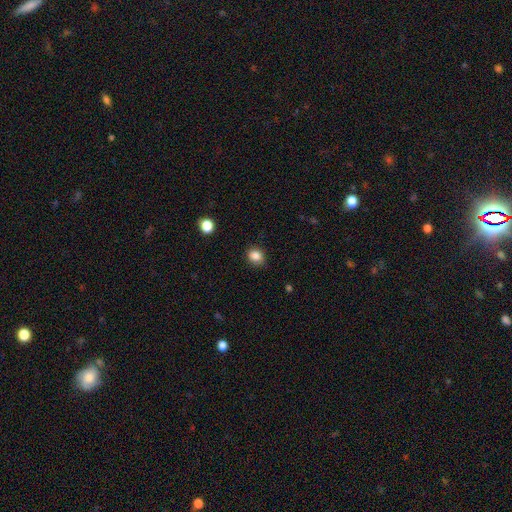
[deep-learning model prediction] Smooth or featured? Predicted: smooth (p=0.86). How rounded? Predicted: round (p=0.66). Merging? Predicted: none (p=0.84).